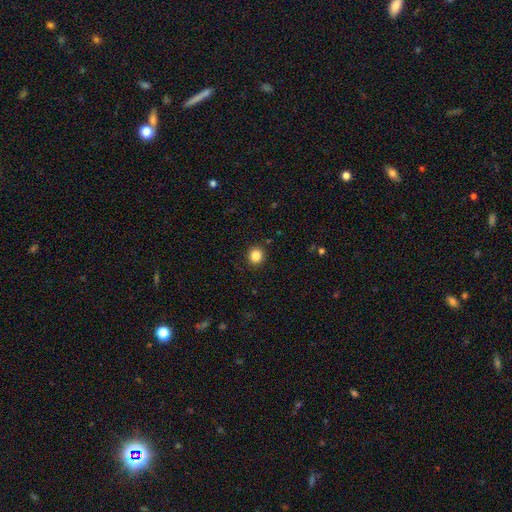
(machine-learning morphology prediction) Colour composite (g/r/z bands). It shows a smooth galaxy with no disk features (85%) that is round (85%). Merging: none (91%).